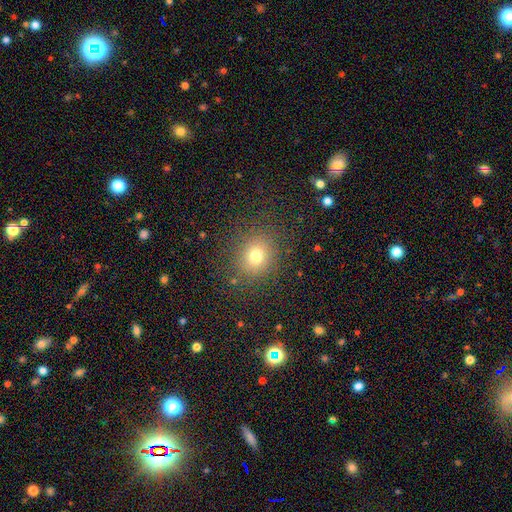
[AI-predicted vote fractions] The model was most divided on "how rounded": round: 70%, in between: 29%, cigar-shaped: 1%. More confident: merging — none (85%); smooth or featured — smooth (74%).